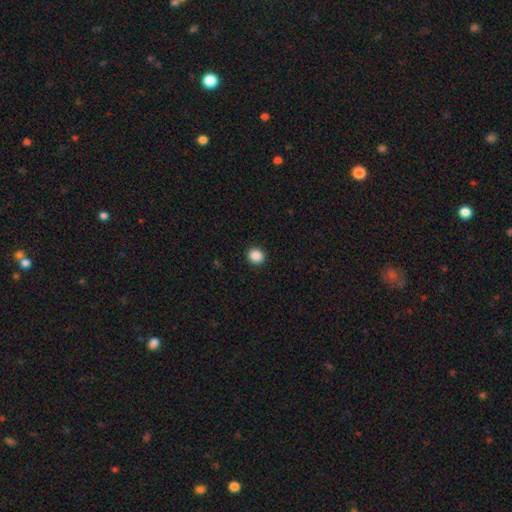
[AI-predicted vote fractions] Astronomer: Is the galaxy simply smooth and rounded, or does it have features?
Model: smooth — 88%.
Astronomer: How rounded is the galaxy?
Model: round — 86%.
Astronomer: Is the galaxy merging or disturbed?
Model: none — 92%.